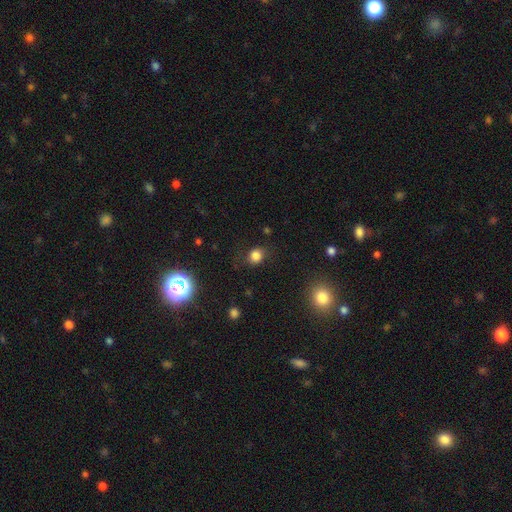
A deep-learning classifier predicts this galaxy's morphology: Smooth or featured? smooth (79%)
How rounded? round (65%)
Merging? none (73%)